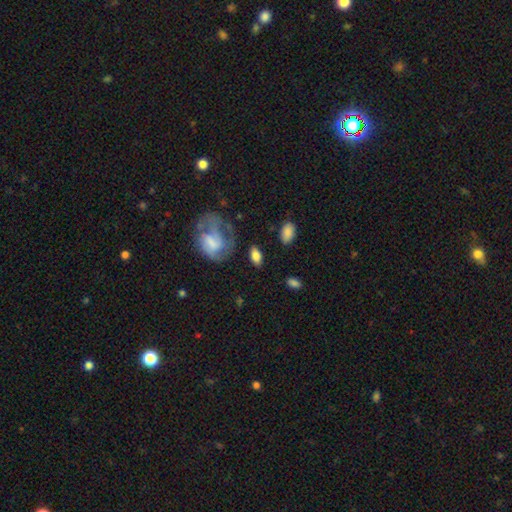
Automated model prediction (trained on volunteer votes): smooth_or_featured: smooth (p=0.74) [alt: featured or disk p=0.18]
how_rounded: in between (p=0.88) [alt: round p=0.08]
merging: none (p=0.72) [alt: minor disturbance p=0.16]